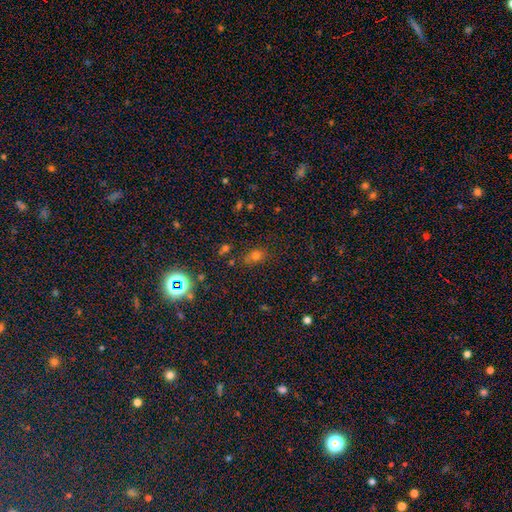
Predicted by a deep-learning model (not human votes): Overall: smooth (62%; star or artifact 29%). How rounded: round (51%; in between 46%). Merging: none (68%).